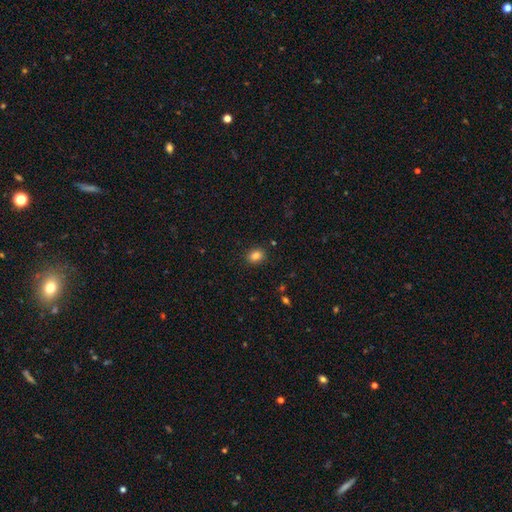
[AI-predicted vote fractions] Smooth or featured?
  - smooth: 84% *
  - star or artifact: 11%
  - featured or disk: 5%
How rounded?
  - in between: 53% *
  - round: 45%
  - cigar-shaped: 1%
Merging?
  - none: 88% *
  - minor disturbance: 8%
  - major disturbance: 2%
  - merger: 2%